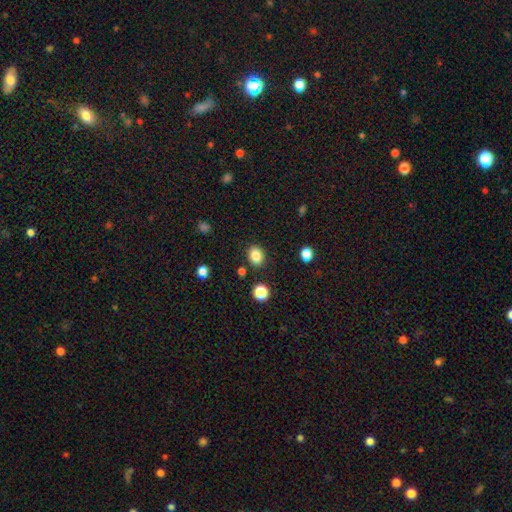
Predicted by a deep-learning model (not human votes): This appears to be a smooth galaxy with no disk features (85%) that is in between round and cigar-shaped (52%). Merging: none (85%).